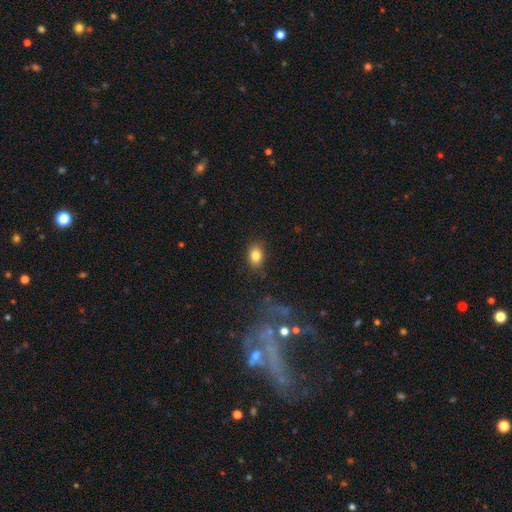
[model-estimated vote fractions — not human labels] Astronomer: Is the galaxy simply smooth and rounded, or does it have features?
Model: smooth — 82%.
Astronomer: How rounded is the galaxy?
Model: in between — 77%.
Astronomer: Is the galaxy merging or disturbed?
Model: none — 84%.